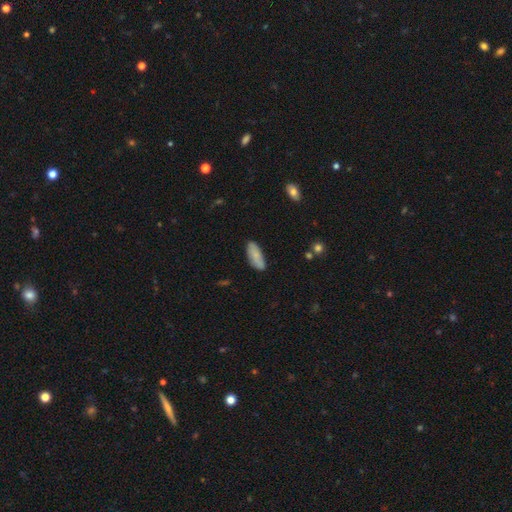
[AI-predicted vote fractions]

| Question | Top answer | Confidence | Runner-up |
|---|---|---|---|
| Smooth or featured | smooth | 79% | featured or disk (15%) |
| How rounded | in between | 72% | cigar-shaped (25%) |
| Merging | none | 81% | minor disturbance (15%) |